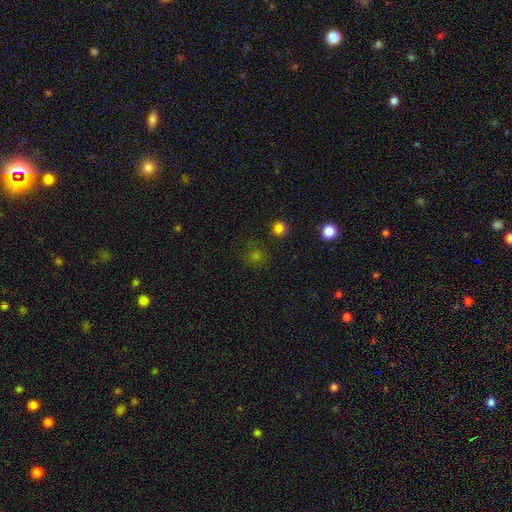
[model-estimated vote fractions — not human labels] A smooth galaxy with no disk features (54%) that is round (89%). Merging: none (81%).